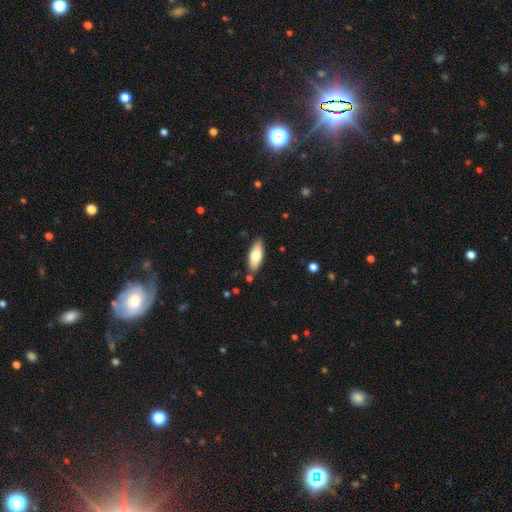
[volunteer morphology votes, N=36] smooth 86%, featured or disk 11%, star or artifact 3%. Down the decision tree: how rounded — in between (48%, tied with cigar-shaped); merging — none (83%).